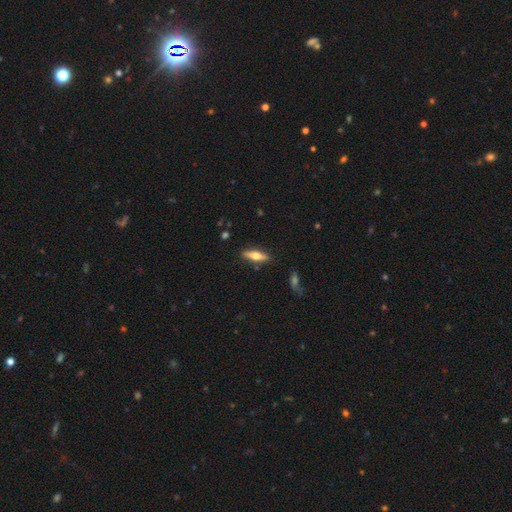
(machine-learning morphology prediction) A featured or disk galaxy (50%) viewed edge-on (92%). Merging: none (88%).